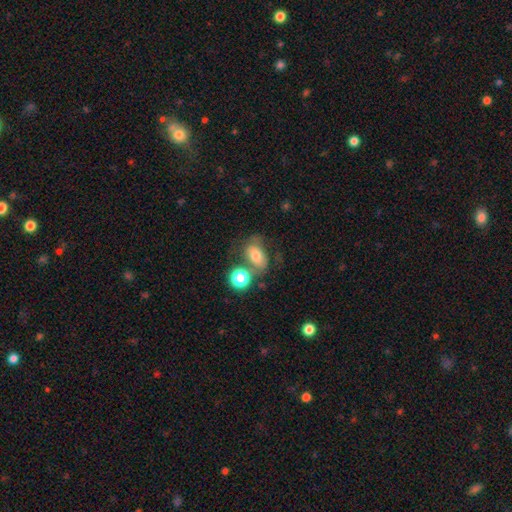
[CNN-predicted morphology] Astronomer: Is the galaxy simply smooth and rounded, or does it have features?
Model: smooth — 67%.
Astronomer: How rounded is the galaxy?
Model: in between — 77%.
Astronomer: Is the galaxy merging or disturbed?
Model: none — 45% (runner-up: merger, 24%).